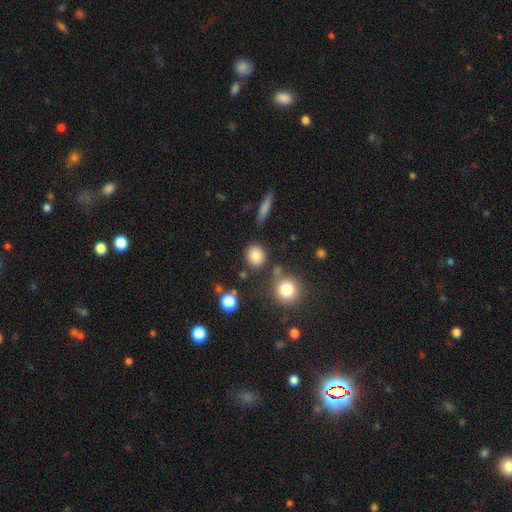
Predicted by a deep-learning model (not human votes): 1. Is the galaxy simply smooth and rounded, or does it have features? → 83% smooth, 11% star or artifact, 6% featured or disk.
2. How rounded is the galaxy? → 81% round, 17% in between, 2% cigar-shaped.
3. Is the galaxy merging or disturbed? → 82% none, 9% minor disturbance, 5% merger, 3% major disturbance.